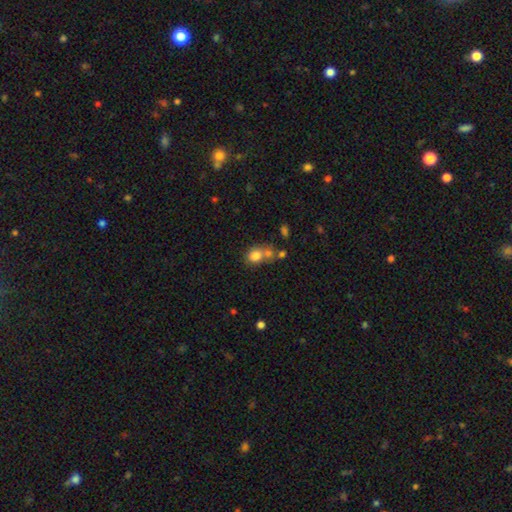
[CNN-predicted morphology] This is likely a smooth galaxy (78%). How rounded: likely round (62%). Merging: marginally merger (42%).